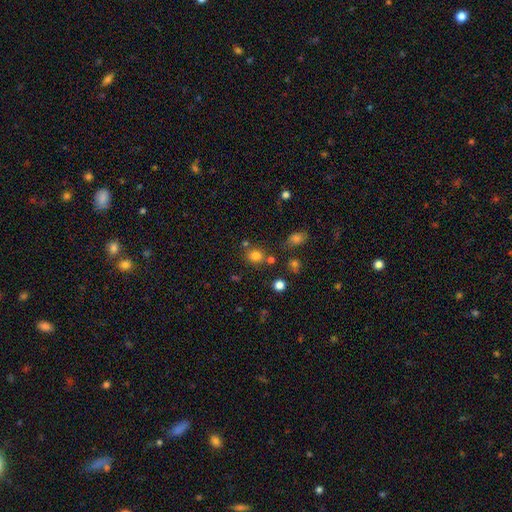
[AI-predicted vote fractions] Smooth or featured? Predicted: smooth (p=0.79). How rounded? Predicted: round (p=0.72). Merging? Predicted: none (p=0.70).